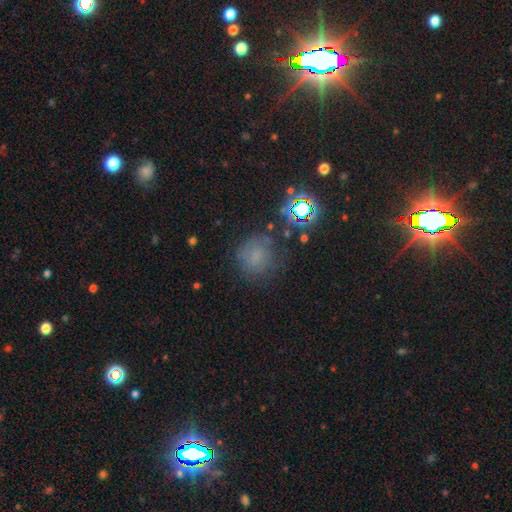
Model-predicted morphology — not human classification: A smooth galaxy with no disk features (59%) that is round (85%).

Vote fractions:
- Smooth or featured? smooth: 59% / star or artifact: 28% / featured or disk: 13%
- How rounded? round: 85% / in between: 14% / cigar-shaped: 1%
- Merging? none: 68% / minor disturbance: 19% / major disturbance: 10% / merger: 3%